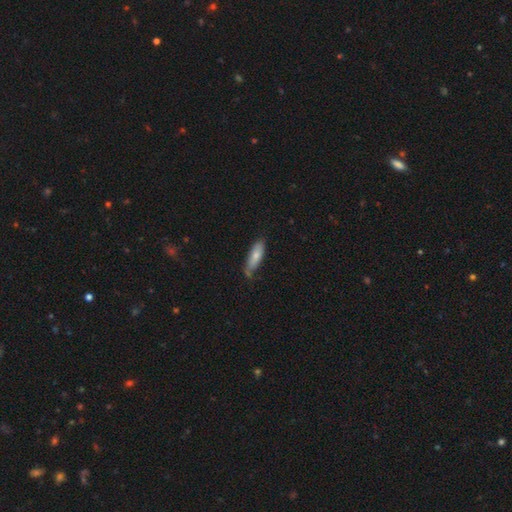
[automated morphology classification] type=smooth (74%); roundness=in between (50%); merging=none (59%).